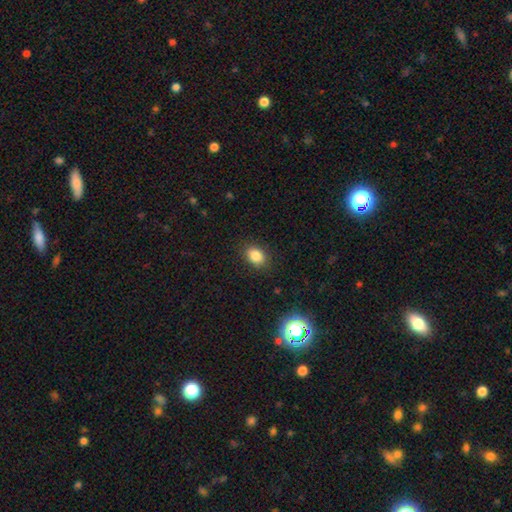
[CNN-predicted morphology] Smooth or featured: smooth — 84% (star or artifact — 10%)
How rounded: in between — 71% (round — 28%)
Merging: none — 85% (minor disturbance — 11%)